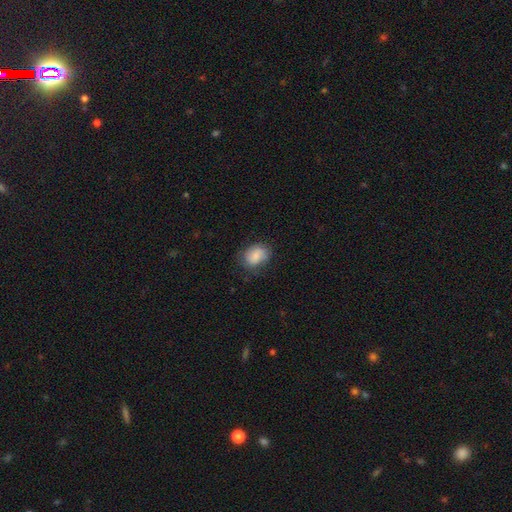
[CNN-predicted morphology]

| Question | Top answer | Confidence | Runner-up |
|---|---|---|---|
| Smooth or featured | smooth | 79% | featured or disk (13%) |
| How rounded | in between | 62% | round (37%) |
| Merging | none | 67% | minor disturbance (24%) |